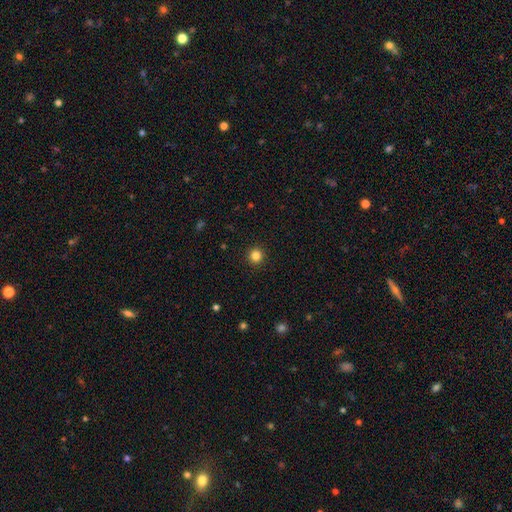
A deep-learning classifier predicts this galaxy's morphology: type=smooth (83%); roundness=round (95%); merging=none (93%).